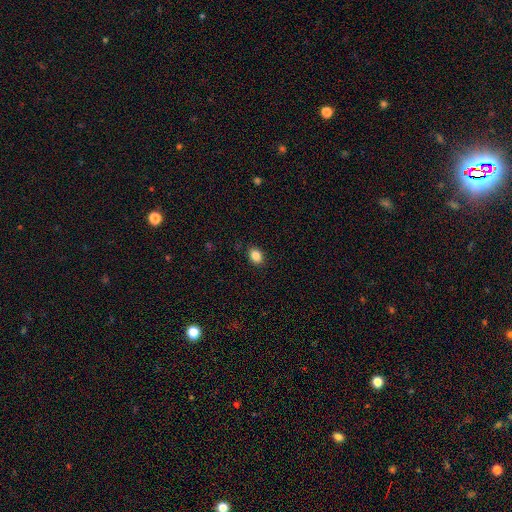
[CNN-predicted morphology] Smooth or featured? Predicted: smooth (p=0.86). How rounded? Predicted: in between (p=0.70). Merging? Predicted: none (p=0.89).